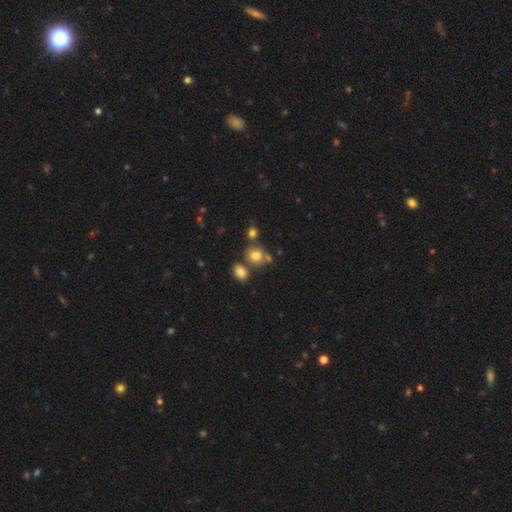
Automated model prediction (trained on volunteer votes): Smooth or featured? smooth (77%)
How rounded? round (63%)
Merging? none (56%)